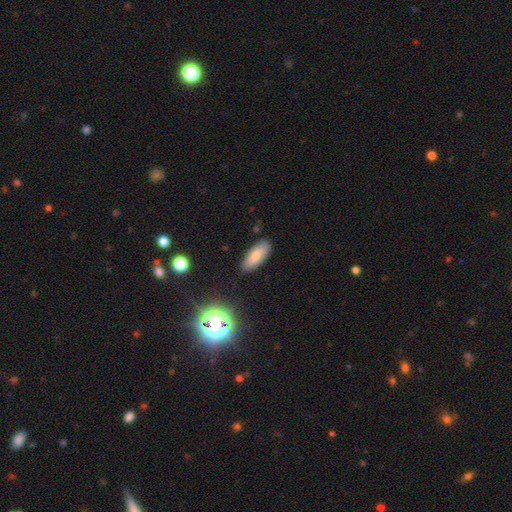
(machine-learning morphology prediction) A smooth galaxy with no disk features (78%) that is in between round and cigar-shaped (84%).

Vote fractions:
- Smooth or featured? smooth: 78% / featured or disk: 14% / star or artifact: 9%
- How rounded? in between: 84% / cigar-shaped: 14% / round: 2%
- Merging? none: 86% / minor disturbance: 11% / major disturbance: 2% / merger: 2%